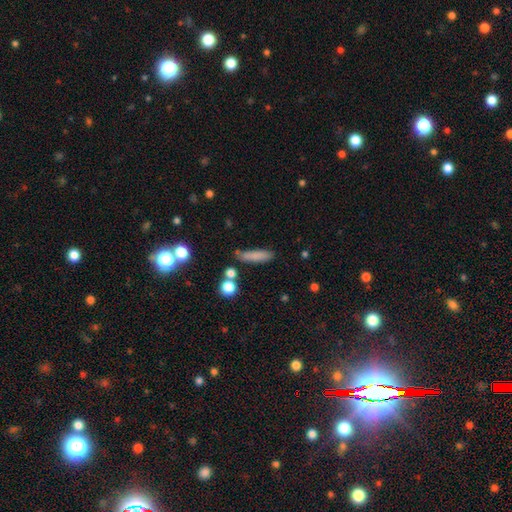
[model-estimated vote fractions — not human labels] Smooth or featured? Predicted: smooth (p=0.79). How rounded? Predicted: cigar-shaped (p=0.74). Merging? Predicted: none (p=0.72).